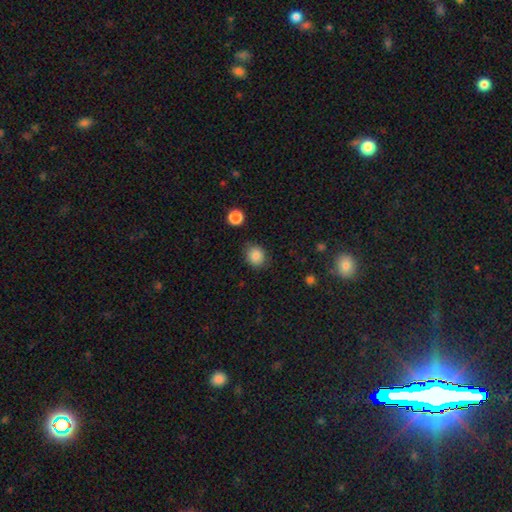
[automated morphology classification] Q: Smooth or featured?
A: smooth (86%); runner-up: star or artifact (10%)
Q: How rounded?
A: round (68%); runner-up: in between (31%)
Q: Merging?
A: none (82%); runner-up: minor disturbance (13%)